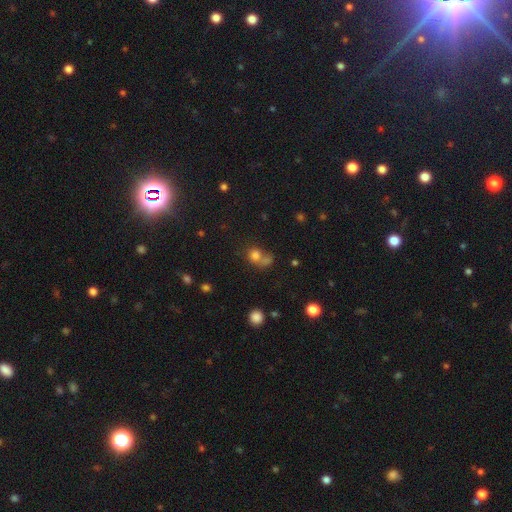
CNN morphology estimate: smooth-or-featured: smooth: 76% | star or artifact: 16% | featured or disk: 9%
  how-rounded: round: 78% | in between: 20% | cigar-shaped: 1%
  merging: merger: 44% | none: 41% | minor disturbance: 9% | major disturbance: 6%